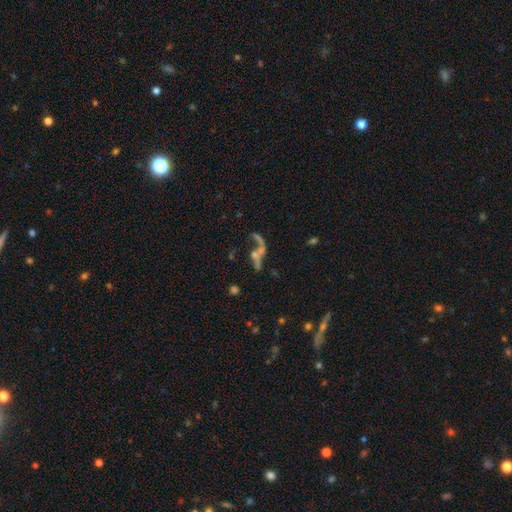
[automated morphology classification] Q: Smooth or featured?
A: star or artifact (41%); runner-up: featured or disk (34%)